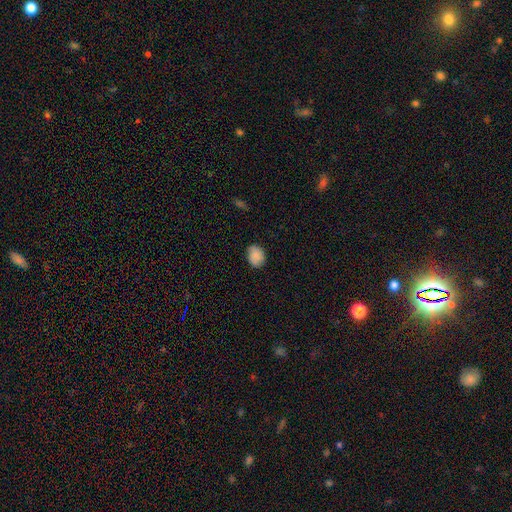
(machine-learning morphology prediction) Smooth or featured?
  - smooth: 86% *
  - star or artifact: 8%
  - featured or disk: 6%
How rounded?
  - in between: 55% *
  - round: 44%
  - cigar-shaped: 1%
Merging?
  - none: 79% *
  - minor disturbance: 17%
  - major disturbance: 3%
  - merger: 1%